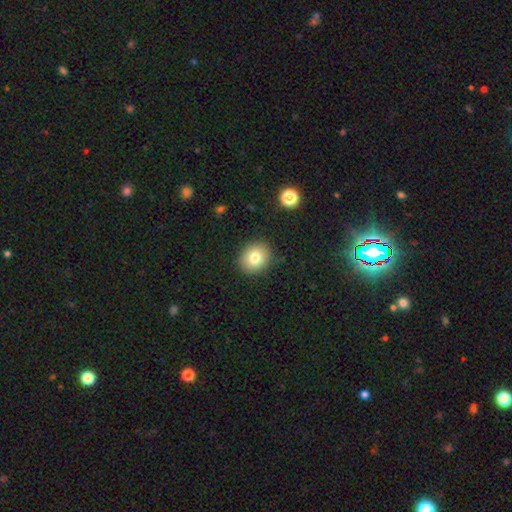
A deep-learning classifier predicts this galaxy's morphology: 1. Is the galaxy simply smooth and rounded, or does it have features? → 62% smooth, 29% star or artifact, 8% featured or disk.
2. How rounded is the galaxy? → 81% round, 18% in between, 1% cigar-shaped.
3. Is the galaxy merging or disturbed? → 90% none, 6% minor disturbance, 2% major disturbance, 1% merger.